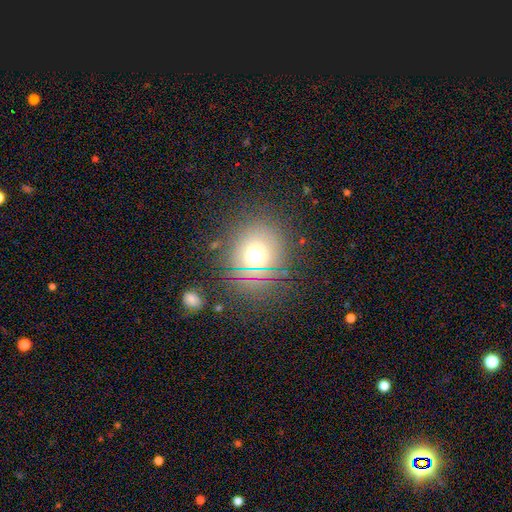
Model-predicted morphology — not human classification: Overall: smooth (61%; star or artifact 26%). How rounded: round (82%). Merging: none (81%).